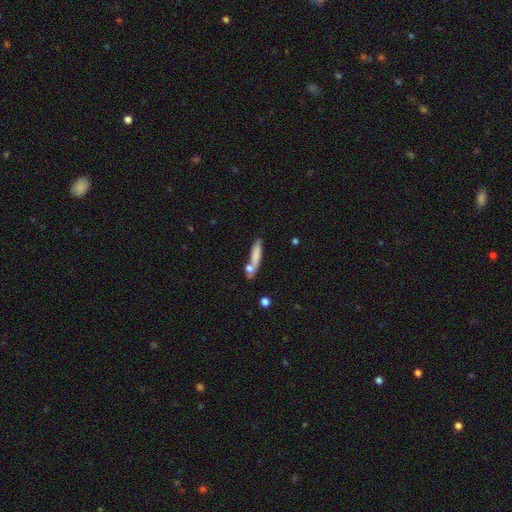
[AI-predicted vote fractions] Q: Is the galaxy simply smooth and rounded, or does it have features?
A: smooth — 74%.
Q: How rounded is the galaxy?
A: cigar-shaped — 84%.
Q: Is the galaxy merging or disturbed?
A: none — 60%.